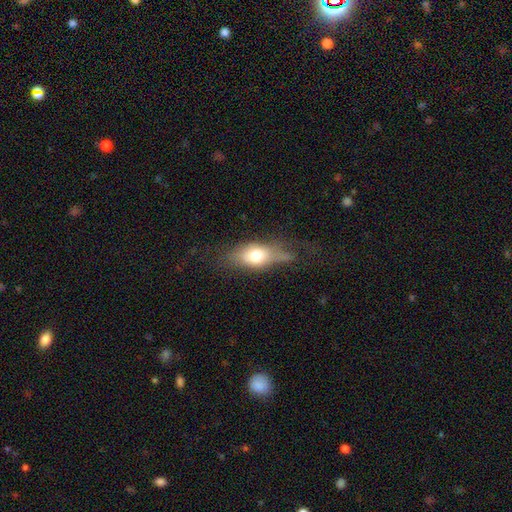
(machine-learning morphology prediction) Overall: smooth (65%; featured or disk 27%). How rounded: in between (78%). Merging: none (47%; minor disturbance 29%).